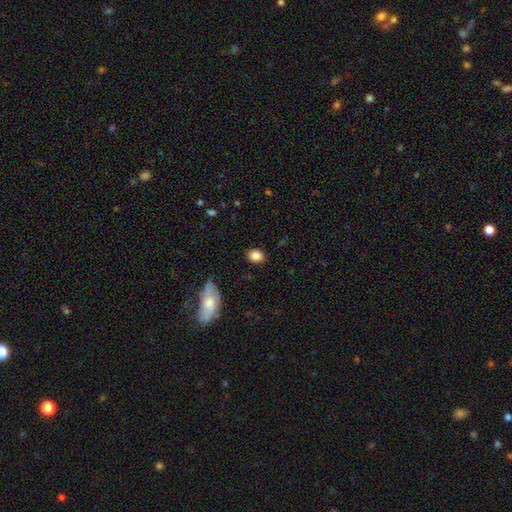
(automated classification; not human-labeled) The model was most divided on "how rounded": in between: 60%, round: 38%, cigar-shaped: 1%. More confident: merging — none (86%); smooth or featured — smooth (85%).